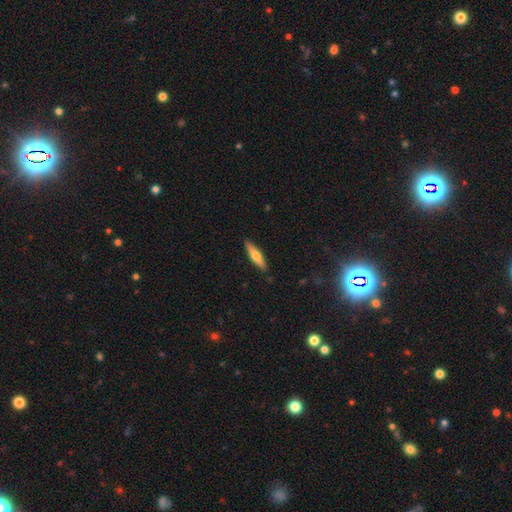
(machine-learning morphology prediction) smooth 55%, featured or disk 40%, star or artifact 6%. Down the decision tree: how rounded — cigar-shaped (77%); merging — none (89%).